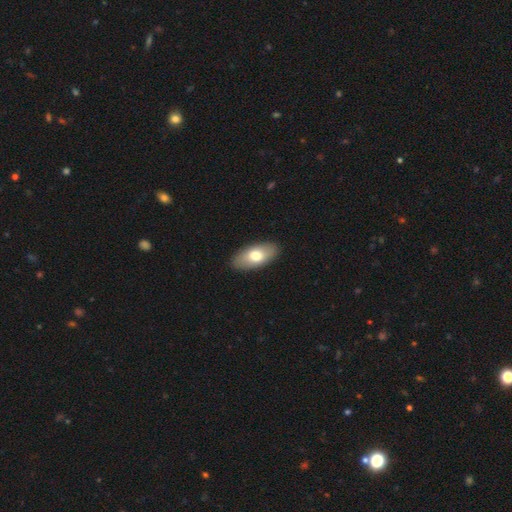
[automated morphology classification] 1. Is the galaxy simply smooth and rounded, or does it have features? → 73% smooth, 22% featured or disk, 6% star or artifact.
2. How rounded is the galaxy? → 91% in between, 6% cigar-shaped, 3% round.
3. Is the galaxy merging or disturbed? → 89% none, 8% minor disturbance, 2% major disturbance, 1% merger.